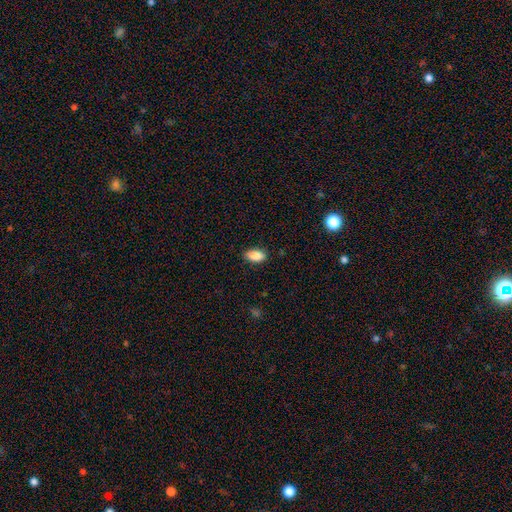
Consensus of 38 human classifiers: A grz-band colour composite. It shows a smooth galaxy with no disk features (97%) that is in between round and cigar-shaped (95%). Merging: none (87%).